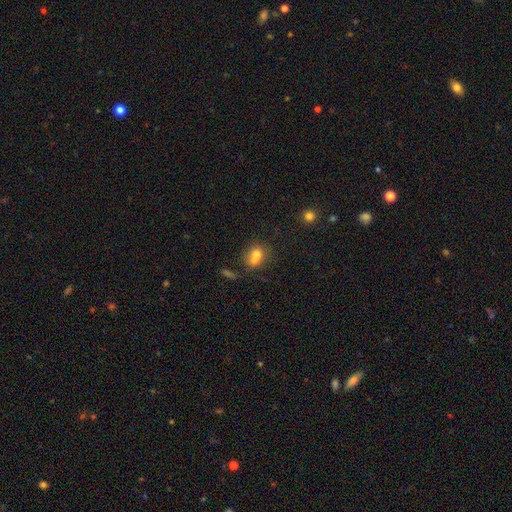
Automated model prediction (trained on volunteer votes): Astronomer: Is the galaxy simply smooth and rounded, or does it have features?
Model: smooth — 72%.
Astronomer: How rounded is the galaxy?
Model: in between — 58% (runner-up: round, 38%).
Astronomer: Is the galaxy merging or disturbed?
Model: none — 43% (runner-up: merger, 35%).